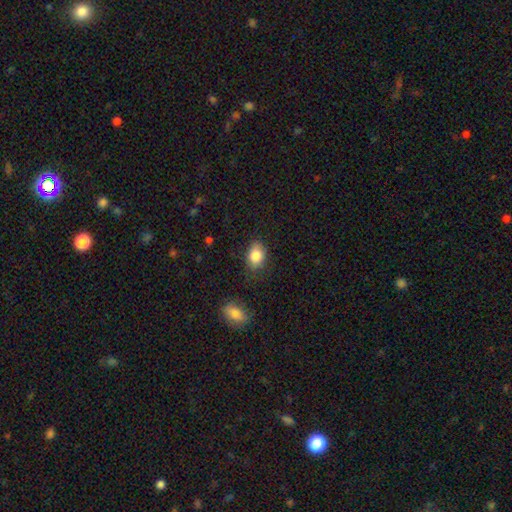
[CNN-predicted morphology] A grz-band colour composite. It shows a smooth galaxy with no disk features (84%) that is in between round and cigar-shaped (75%). Merging: none (79%).